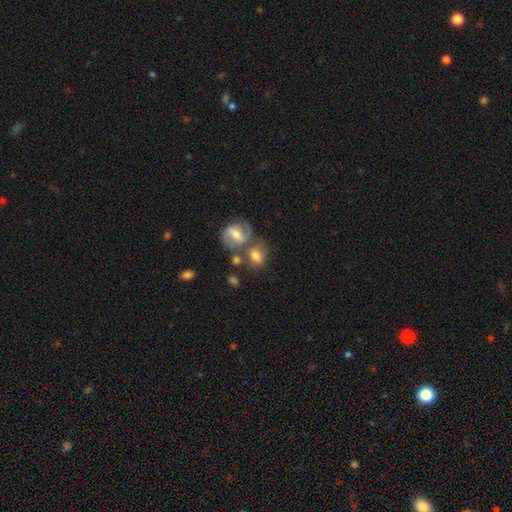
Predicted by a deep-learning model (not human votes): Smooth or featured? smooth (63%)
How rounded? in between (53%)
Merging? none (45%)